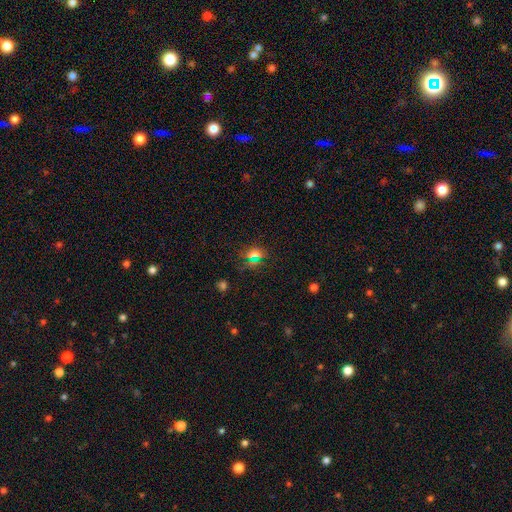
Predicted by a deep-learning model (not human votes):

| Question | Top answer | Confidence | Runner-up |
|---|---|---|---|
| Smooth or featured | smooth | 54% | star or artifact (37%) |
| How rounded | round | 53% | in between (41%) |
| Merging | none | 78% | minor disturbance (12%) |